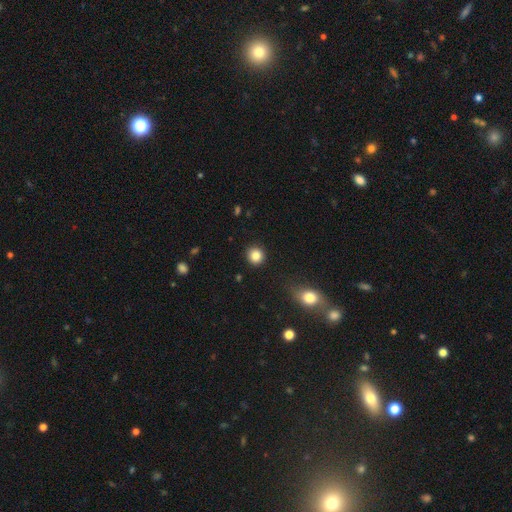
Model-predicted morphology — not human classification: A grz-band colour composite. It shows a smooth galaxy with no disk features (85%) that is round (91%). Merging: none (91%).